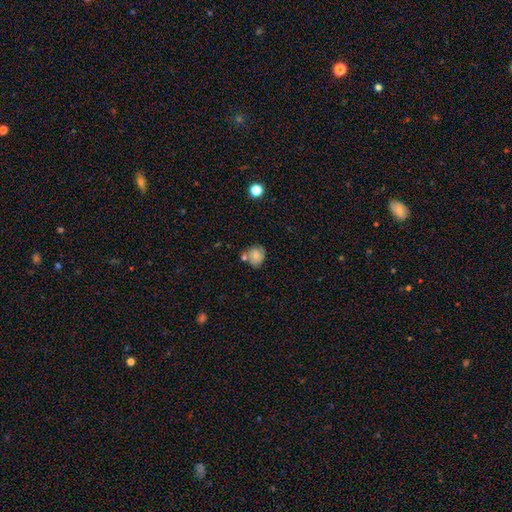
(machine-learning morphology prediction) smooth 57%, featured or disk 33%, star or artifact 10%. Down the decision tree: how rounded — round (71%); merging — none (57%).